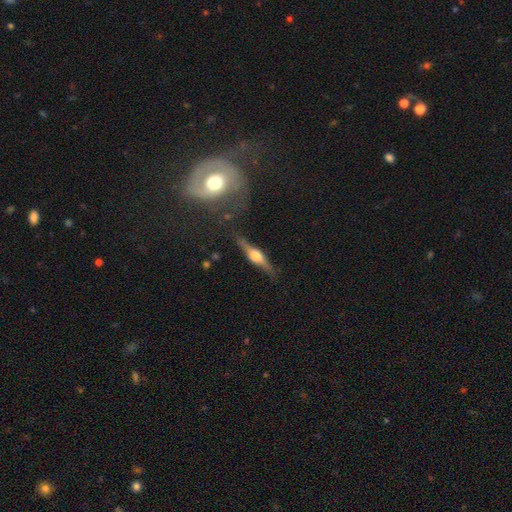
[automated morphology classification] This appears to be a featured or disk galaxy (72%) viewed edge-on (96%) with a rounded central bulge (93%). Merging: none (82%).